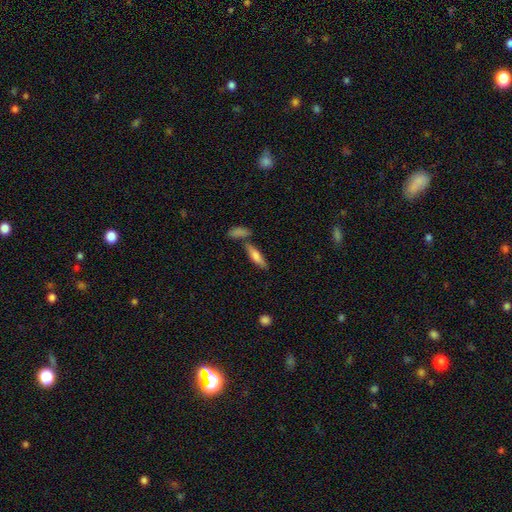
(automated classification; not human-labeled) This is likely a smooth galaxy (68%). How rounded: likely cigar-shaped (63%). Merging: likely none (66%).